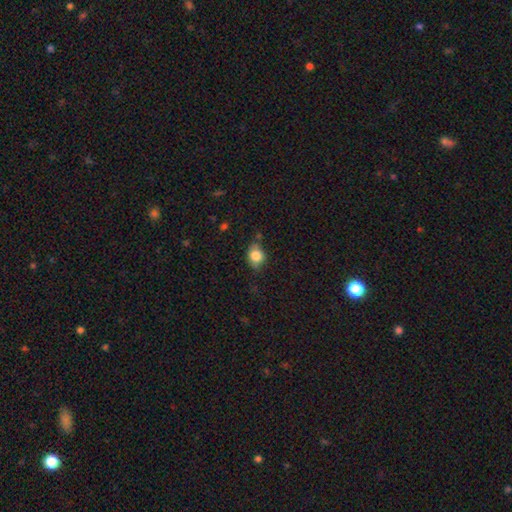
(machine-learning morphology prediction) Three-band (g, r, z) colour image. It shows a smooth galaxy with no disk features (81%) that is in between round and cigar-shaped (50%). Merging: none (65%).